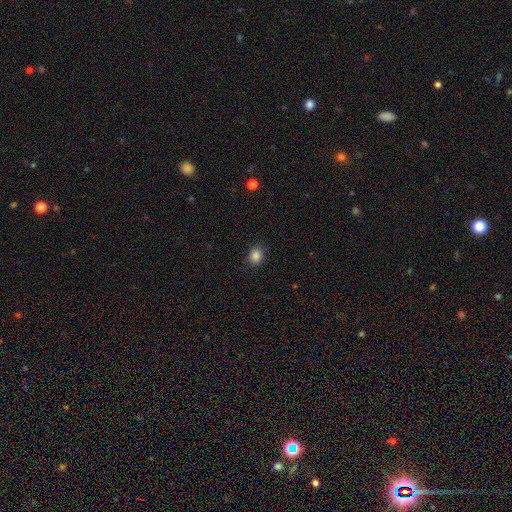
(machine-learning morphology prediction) smooth_or_featured: smooth (p=0.86) [alt: star or artifact p=0.11]
how_rounded: round (p=0.65) [alt: in between p=0.34]
merging: none (p=0.88) [alt: minor disturbance p=0.09]